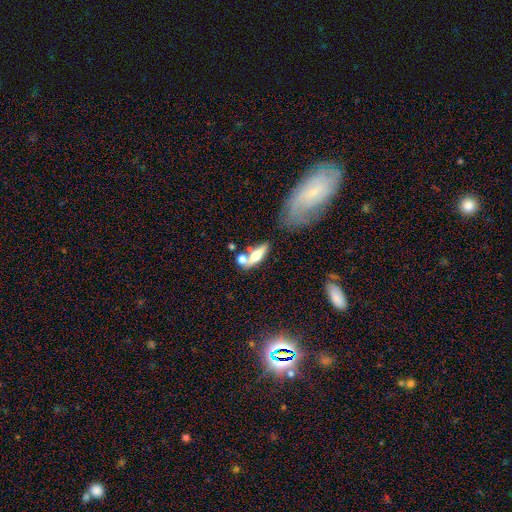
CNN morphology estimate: smooth-or-featured: smooth: 48% | featured or disk: 44% | star or artifact: 8%
  merging: none: 43% | merger: 34% | minor disturbance: 15% | major disturbance: 9%